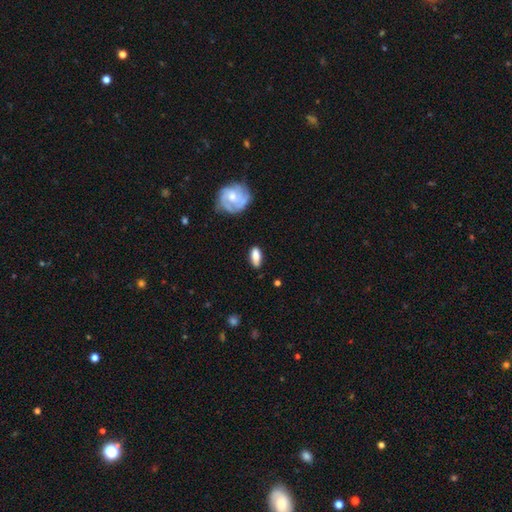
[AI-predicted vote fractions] smooth_or_featured: smooth (p=0.78) [alt: featured or disk p=0.16]
how_rounded: in between (p=0.76) [alt: cigar-shaped p=0.20]
merging: none (p=0.77) [alt: minor disturbance p=0.17]